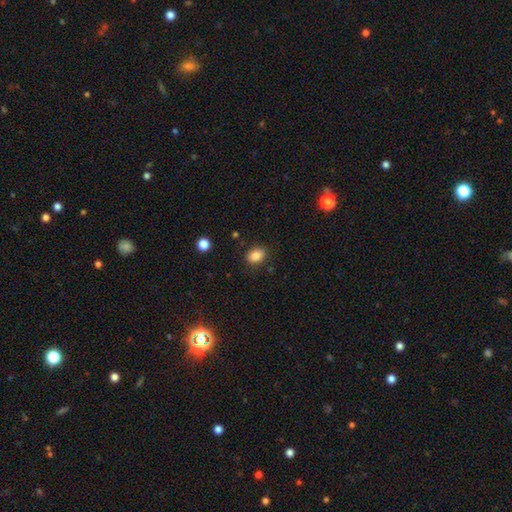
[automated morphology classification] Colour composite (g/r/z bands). It shows a smooth galaxy with no disk features (86%) that is in between round and cigar-shaped (72%). Merging: none (85%).